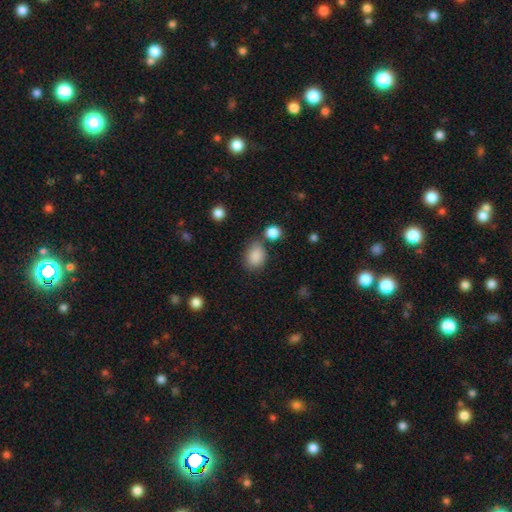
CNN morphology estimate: type=smooth (86%); roundness=in between (68%); merging=none (67%).